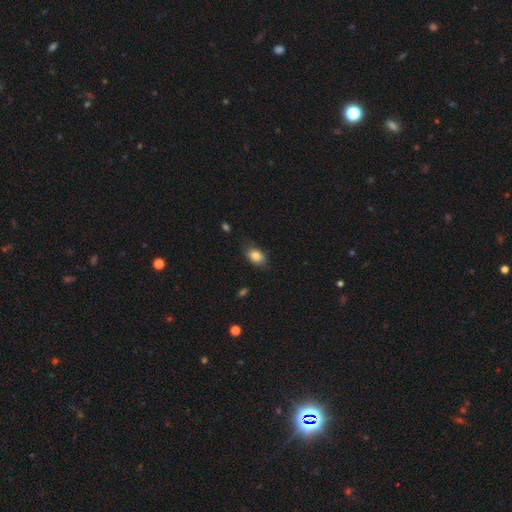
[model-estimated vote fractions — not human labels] smooth-or-featured: smooth: 83% | featured or disk: 8% | star or artifact: 8%
  how-rounded: in between: 85% | round: 13% | cigar-shaped: 2%
  merging: none: 77% | minor disturbance: 18% | major disturbance: 3% | merger: 1%